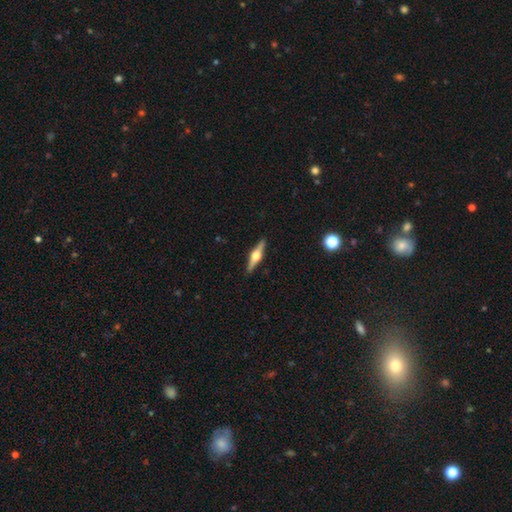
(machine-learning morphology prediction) A featured or disk galaxy (75%) viewed edge-on (98%) with a rounded central bulge (95%). Merging: none (91%).